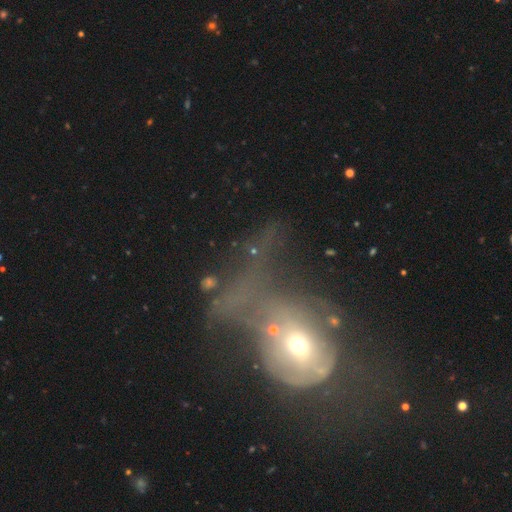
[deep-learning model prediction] Smooth or featured? Predicted: featured or disk (p=0.41). Merging? Predicted: major disturbance (p=0.52).